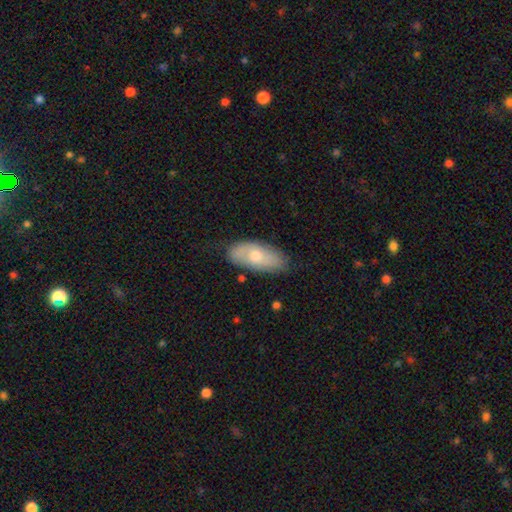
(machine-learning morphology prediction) Smooth or featured?
  - smooth: 60% *
  - featured or disk: 34%
  - star or artifact: 6%
How rounded?
  - in between: 89% *
  - cigar-shaped: 7%
  - round: 4%
Merging?
  - none: 72% *
  - minor disturbance: 22%
  - major disturbance: 4%
  - merger: 2%